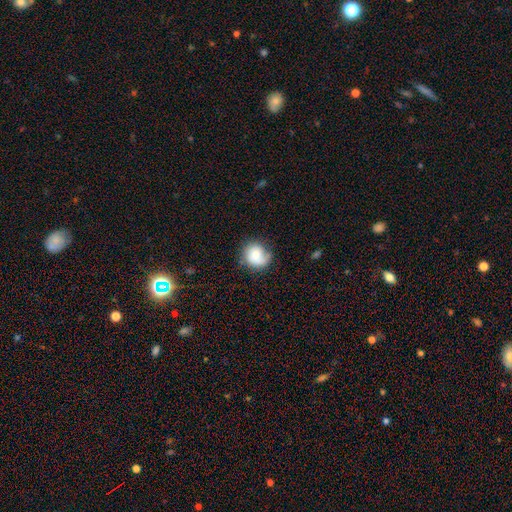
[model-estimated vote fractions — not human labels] smooth 62%, featured or disk 30%, star or artifact 8%. Down the decision tree: how rounded — round (79%); merging — none (62%).